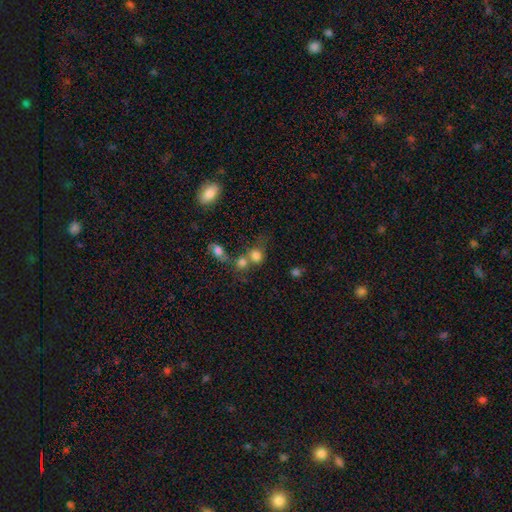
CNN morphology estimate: Smooth or featured? smooth (77%)
How rounded? round (67%)
Merging? merger (42%)